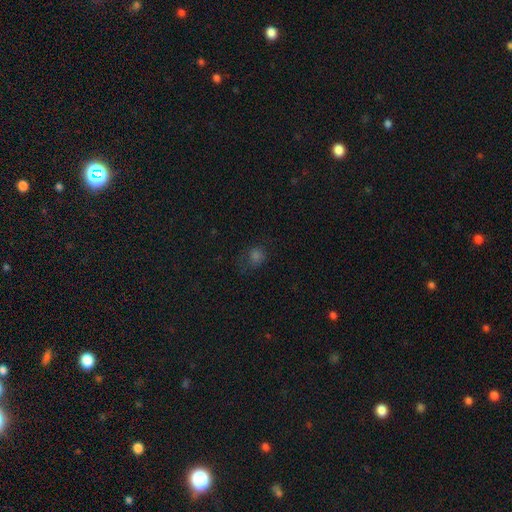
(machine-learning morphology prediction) smooth_or_featured: smooth (p=0.63) [alt: star or artifact p=0.28]
how_rounded: round (p=0.66) [alt: in between p=0.32]
merging: none (p=0.64) [alt: minor disturbance p=0.21]